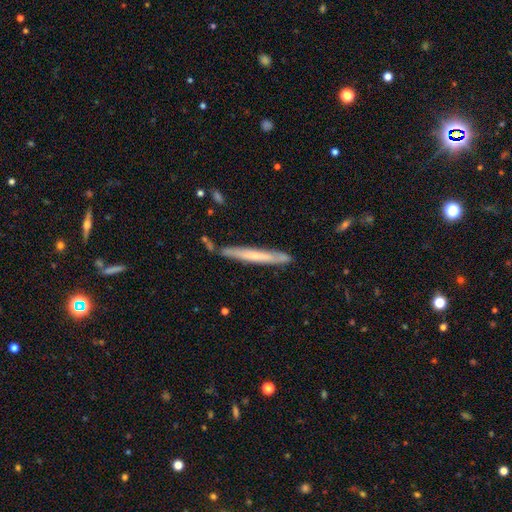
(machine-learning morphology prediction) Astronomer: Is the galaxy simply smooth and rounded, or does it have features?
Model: smooth — 48% (runner-up: featured or disk, 46%).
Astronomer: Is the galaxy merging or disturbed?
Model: none — 80%.